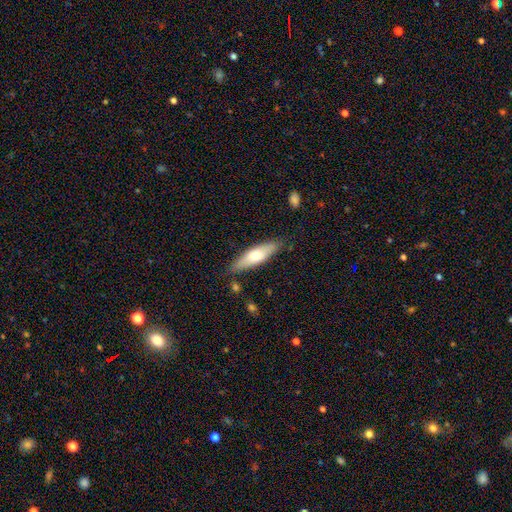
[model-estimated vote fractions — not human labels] Smooth or featured? Predicted: smooth (p=0.62). How rounded? Predicted: cigar-shaped (p=0.61). Merging? Predicted: none (p=0.81).